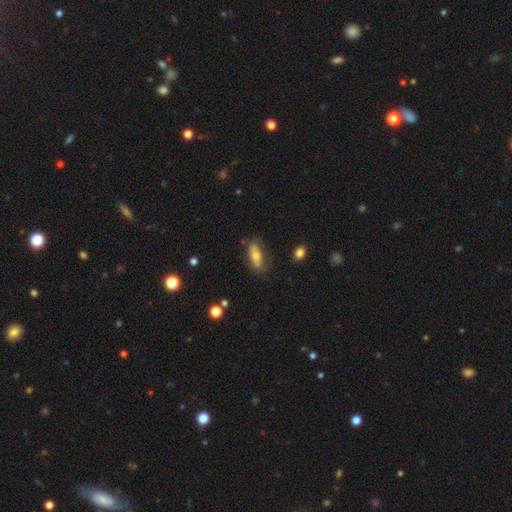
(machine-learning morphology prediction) Smooth or featured? Predicted: smooth (p=0.61). How rounded? Predicted: in between (p=0.72). Merging? Predicted: none (p=0.71).